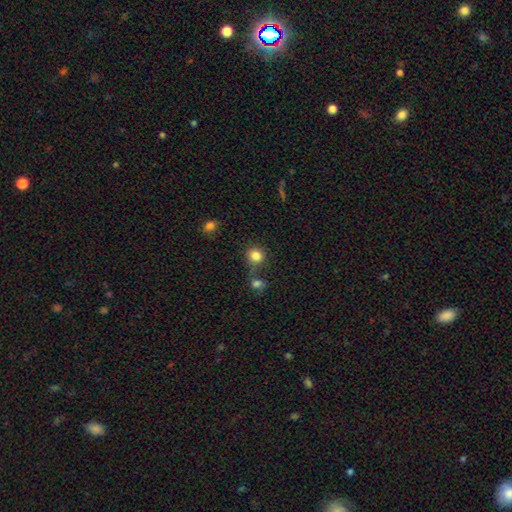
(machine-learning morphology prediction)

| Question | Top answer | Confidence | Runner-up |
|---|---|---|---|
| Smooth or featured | smooth | 84% | star or artifact (11%) |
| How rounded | round | 85% | in between (14%) |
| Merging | none | 63% | merger (20%) |